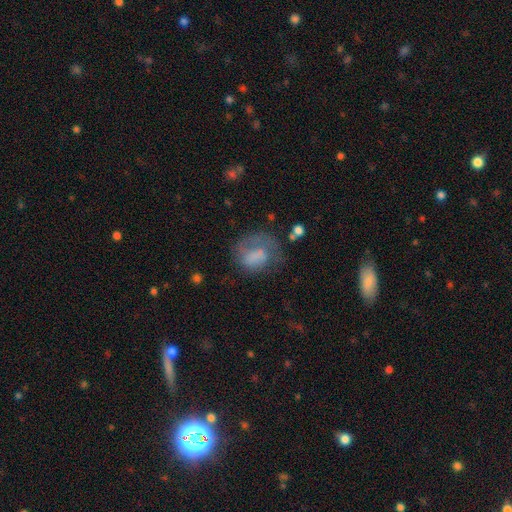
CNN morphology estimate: smooth 56%, featured or disk 34%, star or artifact 10%. Down the decision tree: how rounded — round (56%); merging — none (37%, tied with major disturbance).